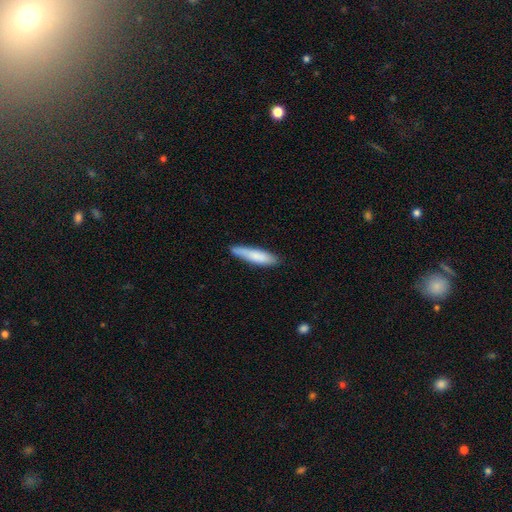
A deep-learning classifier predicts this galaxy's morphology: smooth 80%, featured or disk 15%, star or artifact 5%. Down the decision tree: how rounded — cigar-shaped (82%); merging — none (81%).